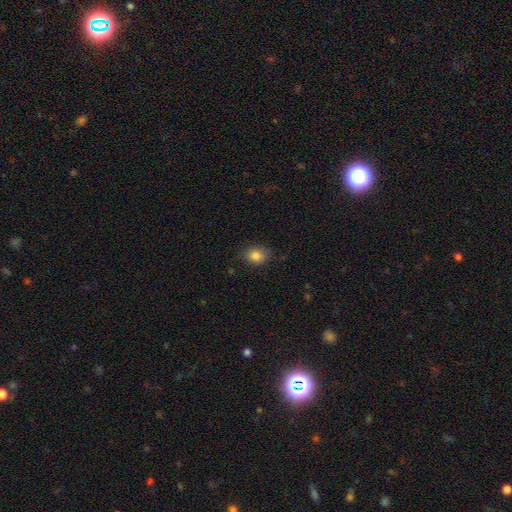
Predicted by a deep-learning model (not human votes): Morphology: type=smooth (84%); roundness=in between (50%); merging=none (78%).